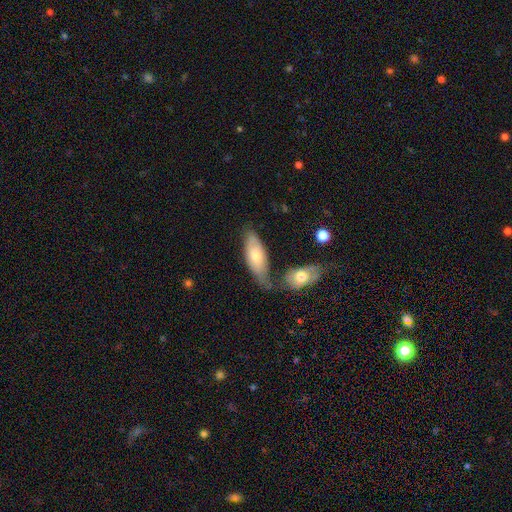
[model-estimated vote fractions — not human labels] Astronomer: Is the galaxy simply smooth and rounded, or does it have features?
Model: smooth — 62%.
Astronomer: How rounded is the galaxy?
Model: in between — 79%.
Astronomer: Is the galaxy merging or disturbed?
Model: none — 46% (runner-up: minor disturbance, 24%).